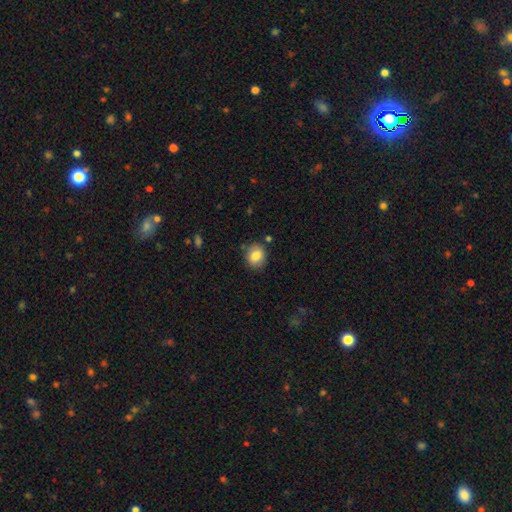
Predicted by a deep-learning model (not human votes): A smooth galaxy with no disk features (83%) that is round (73%). Merging: none (84%).